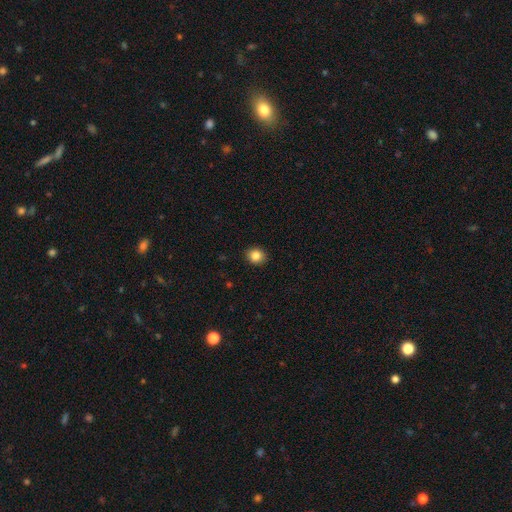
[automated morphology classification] Overall: smooth (84%). How rounded: round (73%). Merging: none (91%).